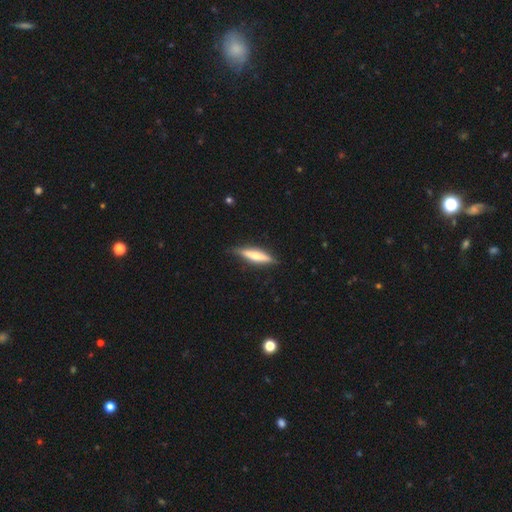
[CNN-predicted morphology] A smooth galaxy with no disk features (51%) that is cigar-shaped (80%).

Vote fractions:
- Smooth or featured? smooth: 51% / featured or disk: 43% / star or artifact: 6%
- How rounded? cigar-shaped: 80% / in between: 18% / round: 2%
- Merging? none: 84% / minor disturbance: 12% / major disturbance: 2% / merger: 1%